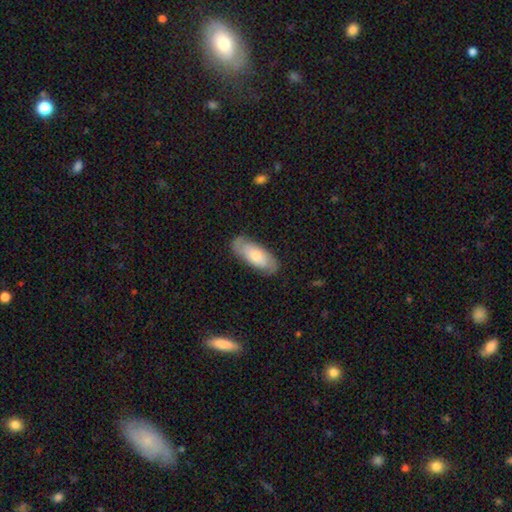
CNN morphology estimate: smooth_or_featured: smooth (p=0.59) [alt: featured or disk p=0.35]
how_rounded: in between (p=0.80) [alt: cigar-shaped p=0.18]
merging: none (p=0.80) [alt: minor disturbance p=0.15]